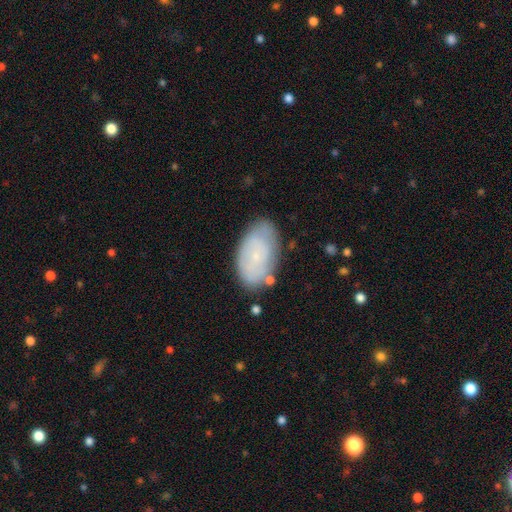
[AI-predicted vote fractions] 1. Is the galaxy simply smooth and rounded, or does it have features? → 53% smooth, 39% featured or disk, 8% star or artifact.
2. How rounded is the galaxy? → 94% in between, 4% round, 2% cigar-shaped.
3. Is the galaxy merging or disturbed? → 73% none, 19% minor disturbance, 5% major disturbance, 3% merger.